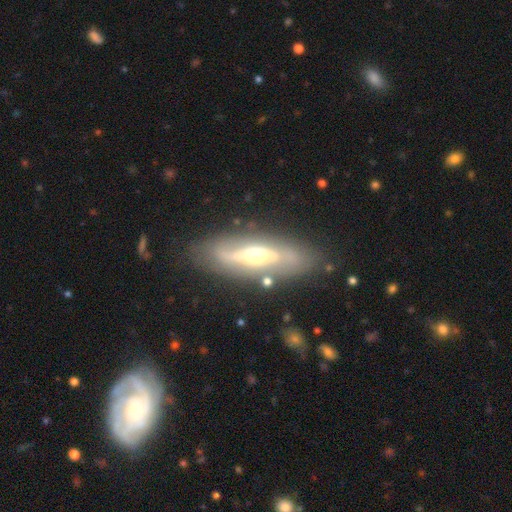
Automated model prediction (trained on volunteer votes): This appears to be a featured or disk galaxy (69%). Merging: none (78%).